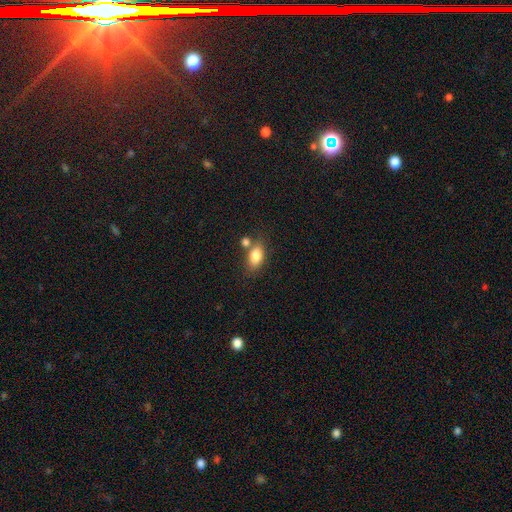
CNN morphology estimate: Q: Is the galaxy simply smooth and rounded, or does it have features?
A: smooth — 81%.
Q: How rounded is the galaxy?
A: in between — 85%.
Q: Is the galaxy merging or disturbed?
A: none — 61%.